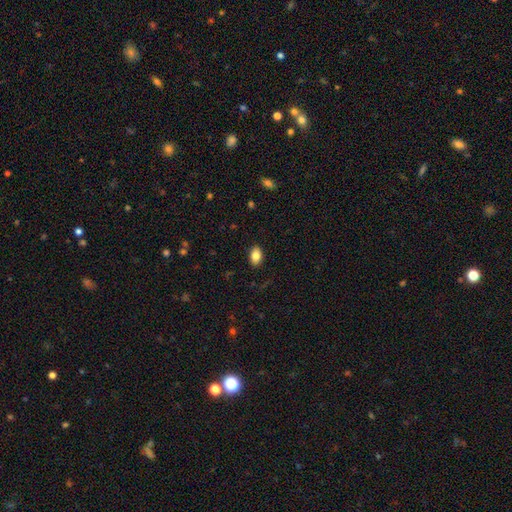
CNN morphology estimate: Smooth or featured: smooth — 84% (star or artifact — 8%)
How rounded: in between — 87% (round — 11%)
Merging: none — 88% (minor disturbance — 9%)